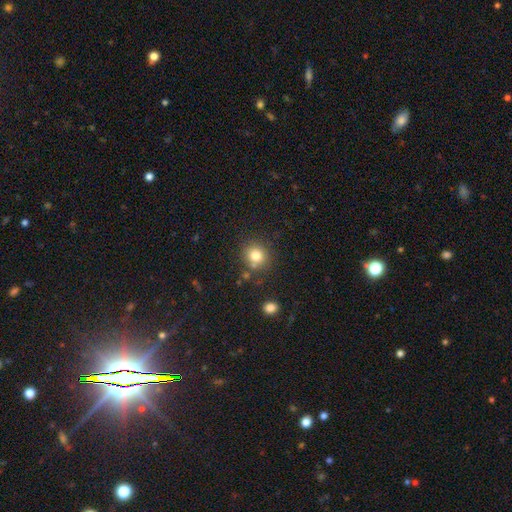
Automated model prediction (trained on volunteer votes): Smooth or featured? smooth (80%)
How rounded? round (85%)
Merging? none (77%)